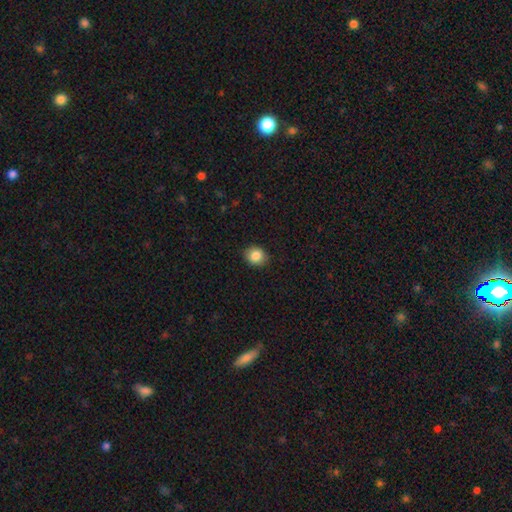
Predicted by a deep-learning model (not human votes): smooth 86%, star or artifact 9%, featured or disk 5%. Down the decision tree: how rounded — round (63%); merging — none (89%).